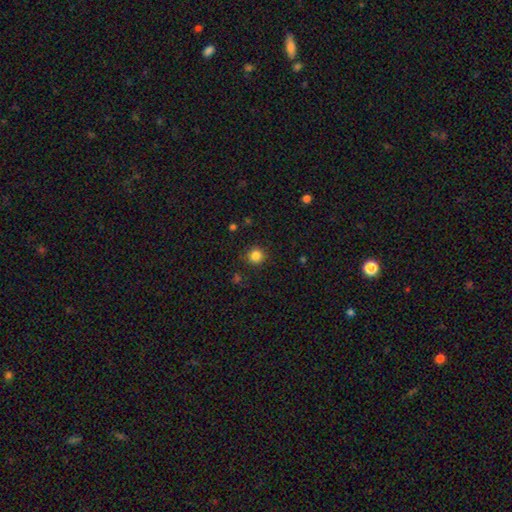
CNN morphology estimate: A smooth galaxy with no disk features (84%) that is round (93%). Merging: none (89%).